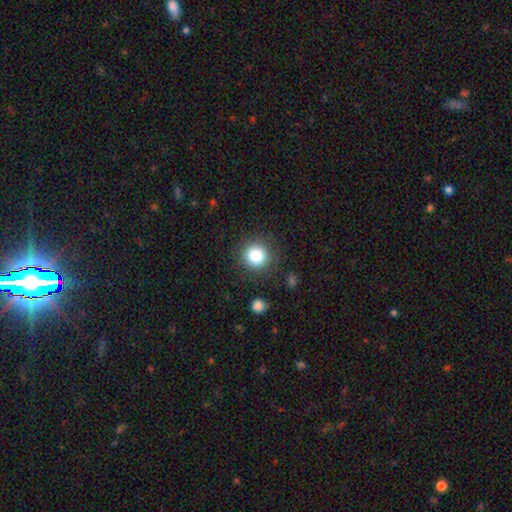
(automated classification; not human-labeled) The model was most divided on "smooth or featured": smooth: 85%, star or artifact: 10%, featured or disk: 5%. More confident: how rounded — round (92%); merging — none (86%).